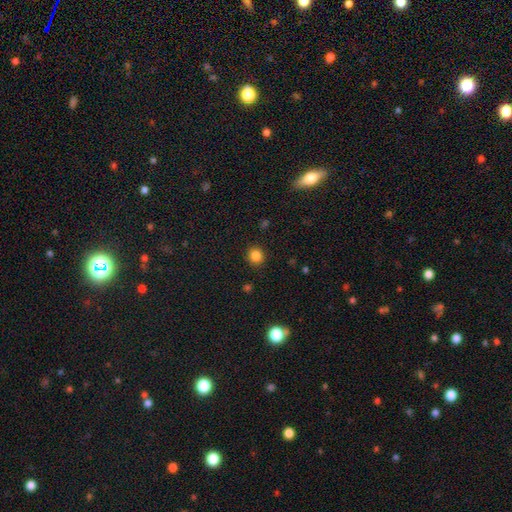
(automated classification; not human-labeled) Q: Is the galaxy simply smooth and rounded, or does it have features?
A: smooth — 84%.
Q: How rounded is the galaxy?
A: round — 84%.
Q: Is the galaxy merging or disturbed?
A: none — 89%.